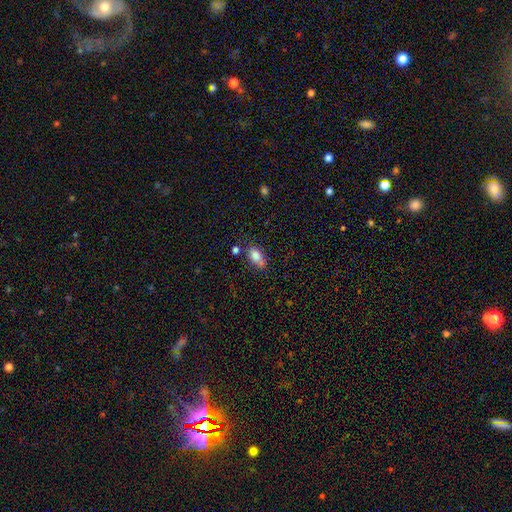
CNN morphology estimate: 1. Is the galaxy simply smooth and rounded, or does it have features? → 81% smooth, 10% featured or disk, 9% star or artifact.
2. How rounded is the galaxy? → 87% in between, 9% round, 4% cigar-shaped.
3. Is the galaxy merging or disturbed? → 64% none, 20% minor disturbance, 11% merger, 5% major disturbance.